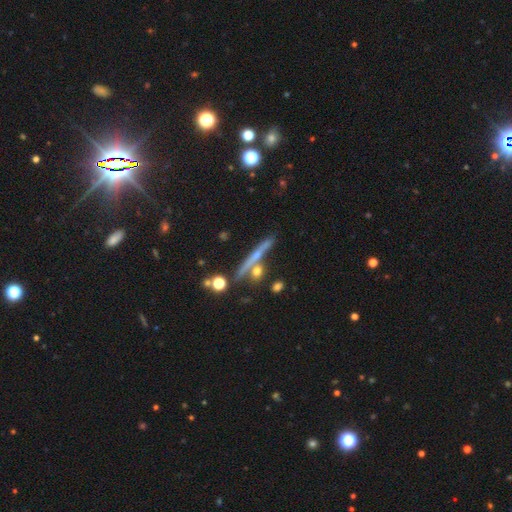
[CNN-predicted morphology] Overall: featured or disk (55%; smooth 34%). Edge-on disk: yes (93%). Edge-on bulge: none (63%; rounded 31%). Merging: none (71%).